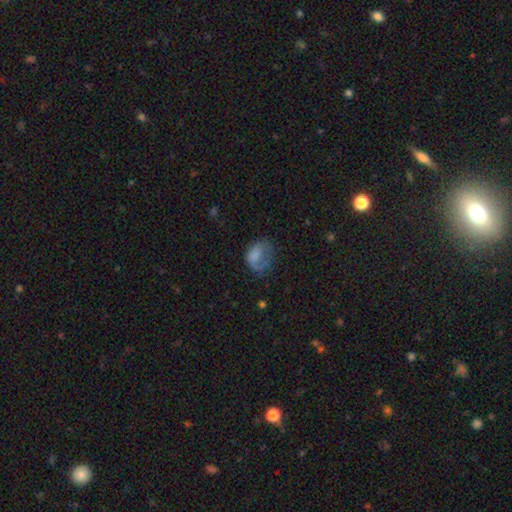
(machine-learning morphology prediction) smooth-or-featured: smooth: 65% | featured or disk: 25% | star or artifact: 10%
  how-rounded: in between: 68% | round: 31% | cigar-shaped: 1%
  merging: major disturbance: 43% | none: 29% | minor disturbance: 26% | merger: 2%